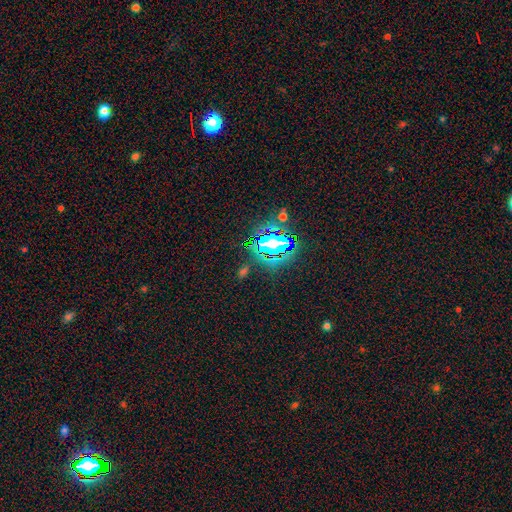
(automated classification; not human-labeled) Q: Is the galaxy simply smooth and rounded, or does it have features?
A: star or artifact — 81%.